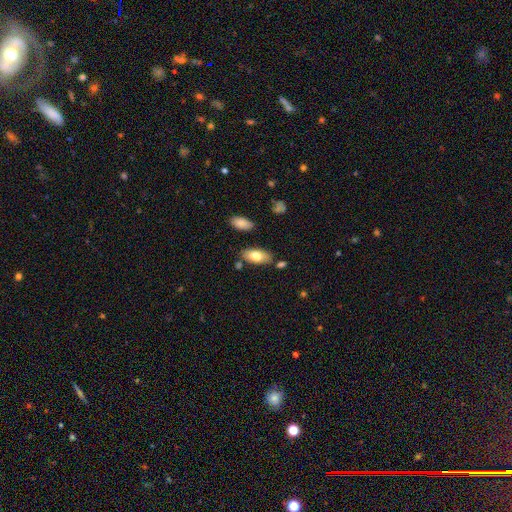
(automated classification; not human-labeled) Smooth or featured?
  - smooth: 75% *
  - featured or disk: 18%
  - star or artifact: 7%
How rounded?
  - in between: 89% *
  - cigar-shaped: 8%
  - round: 3%
Merging?
  - none: 76% *
  - minor disturbance: 14%
  - merger: 6%
  - major disturbance: 3%